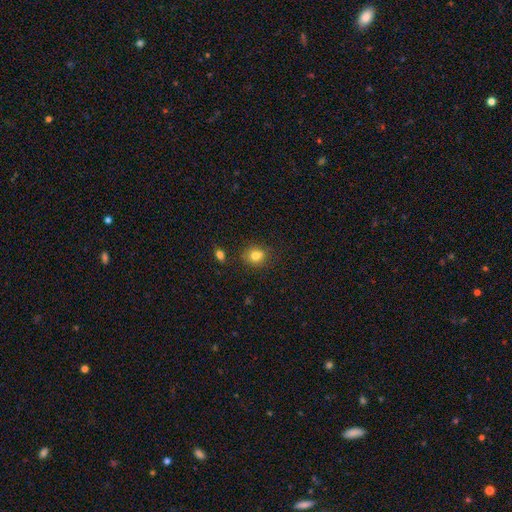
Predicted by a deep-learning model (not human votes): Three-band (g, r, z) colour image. It shows a smooth galaxy with no disk features (80%) that is round (67%). Merging: none (74%).